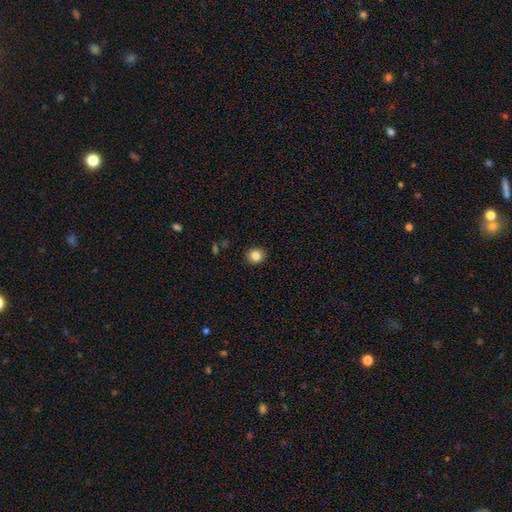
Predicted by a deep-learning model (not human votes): A smooth galaxy with no disk features (84%) that is round (77%). Merging: none (90%).